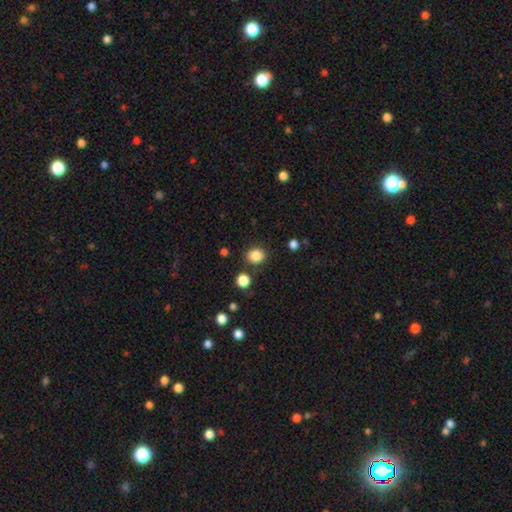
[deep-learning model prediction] A smooth galaxy with no disk features (85%) that is round (75%).

Vote fractions:
- Smooth or featured? smooth: 85% / star or artifact: 11% / featured or disk: 4%
- How rounded? round: 75% / in between: 24% / cigar-shaped: 1%
- Merging? none: 85% / minor disturbance: 8% / merger: 4% / major disturbance: 3%